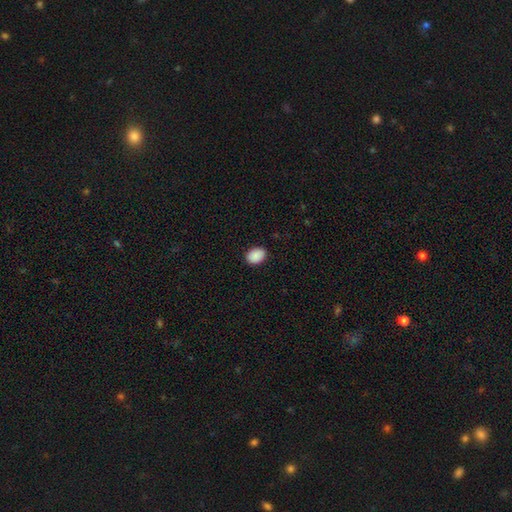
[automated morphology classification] Smooth or featured?
  - smooth: 90% *
  - star or artifact: 7%
  - featured or disk: 3%
How rounded?
  - in between: 71% *
  - round: 28%
  - cigar-shaped: 1%
Merging?
  - none: 89% *
  - minor disturbance: 8%
  - major disturbance: 2%
  - merger: 1%